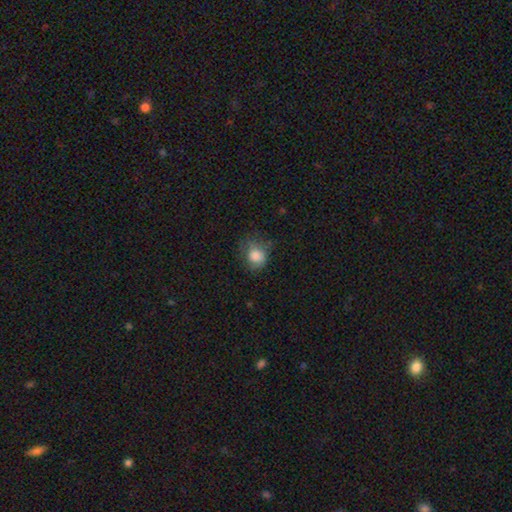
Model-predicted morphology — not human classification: Q: Smooth or featured?
A: smooth (81%); runner-up: featured or disk (10%)
Q: How rounded?
A: round (64%); runner-up: in between (35%)
Q: Merging?
A: none (50%); runner-up: minor disturbance (31%)